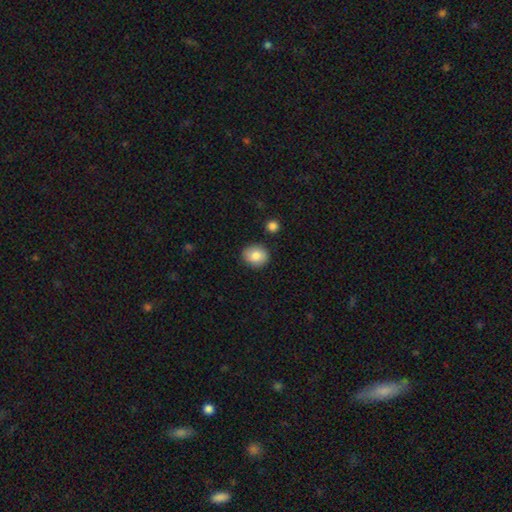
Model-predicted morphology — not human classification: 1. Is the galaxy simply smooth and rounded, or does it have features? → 83% smooth, 9% featured or disk, 8% star or artifact.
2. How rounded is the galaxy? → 72% round, 27% in between, 1% cigar-shaped.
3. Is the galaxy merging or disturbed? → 84% none, 10% minor disturbance, 3% merger, 2% major disturbance.